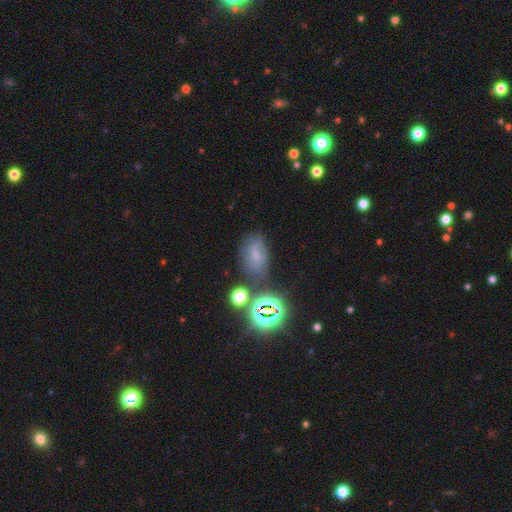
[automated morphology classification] Smooth or featured: smooth — 40% (star or artifact — 33%)
Merging: none — 61% (minor disturbance — 22%)